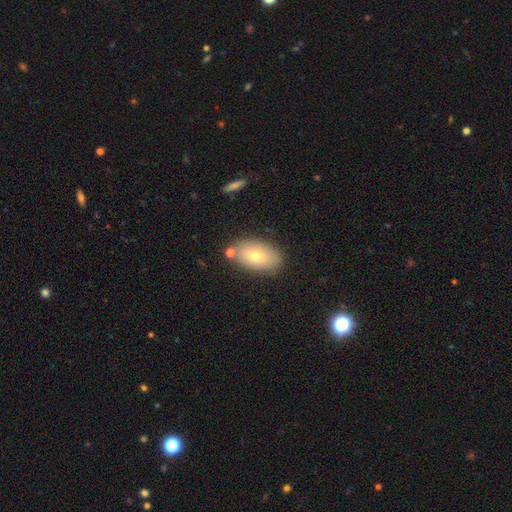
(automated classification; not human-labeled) Smooth or featured: smooth — 75% (featured or disk — 18%)
How rounded: in between — 93% (round — 6%)
Merging: none — 79% (minor disturbance — 12%)